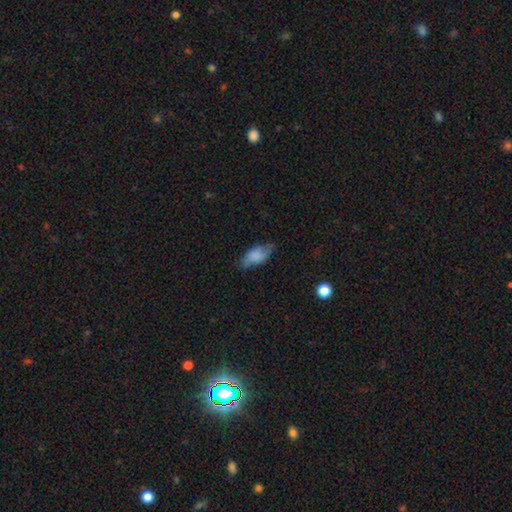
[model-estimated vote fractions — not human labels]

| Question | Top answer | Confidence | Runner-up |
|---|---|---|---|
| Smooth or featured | smooth | 77% | featured or disk (16%) |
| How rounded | in between | 89% | cigar-shaped (7%) |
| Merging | none | 61% | minor disturbance (29%) |